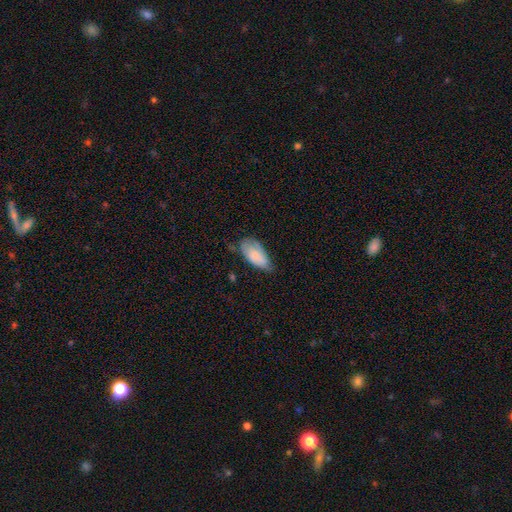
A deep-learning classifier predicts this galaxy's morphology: This appears to be a smooth galaxy with no disk features (74%) that is in between round and cigar-shaped (91%). Merging: none (49%).